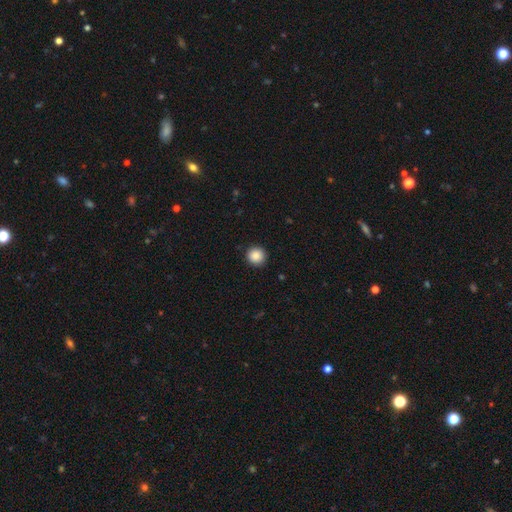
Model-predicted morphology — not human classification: smooth_or_featured: smooth (p=0.88) [alt: star or artifact p=0.09]
how_rounded: round (p=0.95) [alt: in between p=0.04]
merging: none (p=0.92) [alt: minor disturbance p=0.05]